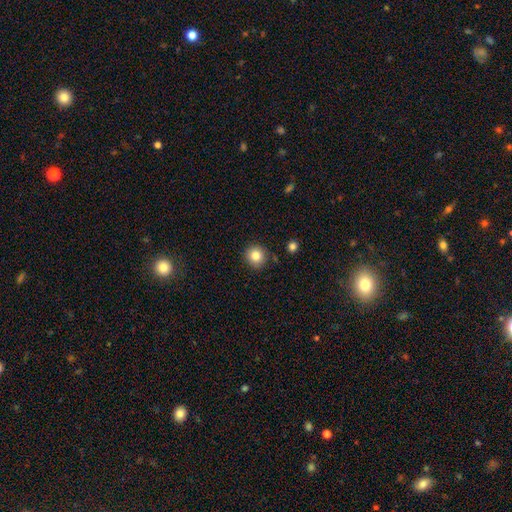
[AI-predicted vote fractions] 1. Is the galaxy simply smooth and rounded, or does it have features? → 83% smooth, 10% star or artifact, 6% featured or disk.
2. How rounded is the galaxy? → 93% round, 6% in between, 1% cigar-shaped.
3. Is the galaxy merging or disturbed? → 88% none, 7% minor disturbance, 2% merger, 2% major disturbance.